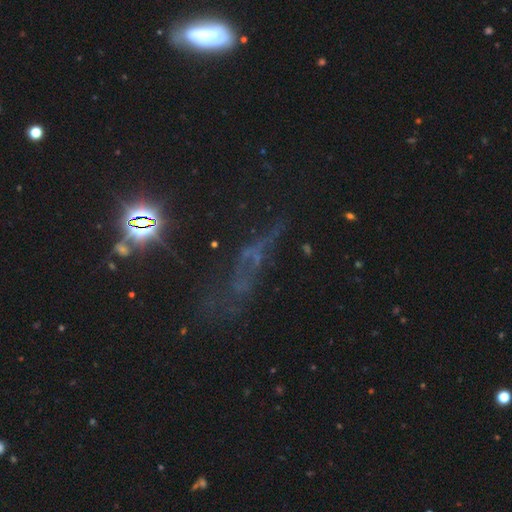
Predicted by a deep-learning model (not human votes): This appears to be a star or artifact, not a galaxy (42%).